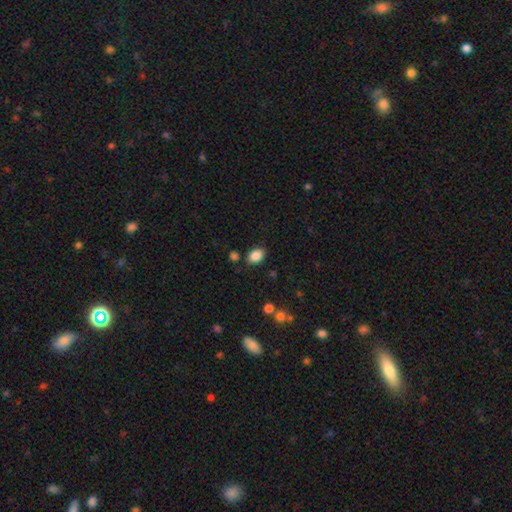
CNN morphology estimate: Overall: smooth (87%). How rounded: in between (78%). Merging: none (82%).